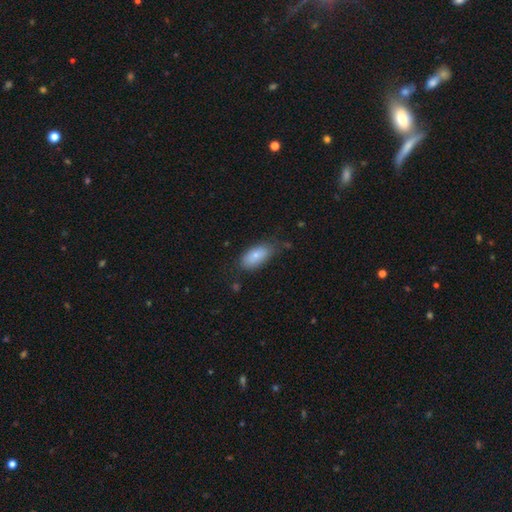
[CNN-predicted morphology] smooth-or-featured: smooth: 78% | featured or disk: 14% | star or artifact: 7%
  how-rounded: in between: 91% | cigar-shaped: 5% | round: 3%
  merging: none: 66% | minor disturbance: 25% | major disturbance: 6% | merger: 3%